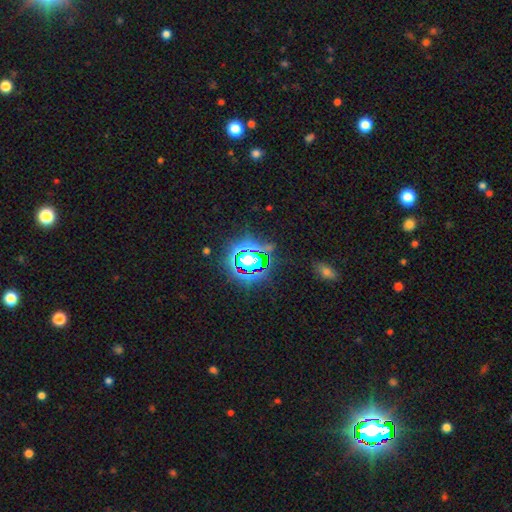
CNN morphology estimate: A star or artifact, not a galaxy (78%).

Vote fractions:
- Smooth or featured? star or artifact: 78% / smooth: 14% / featured or disk: 8%